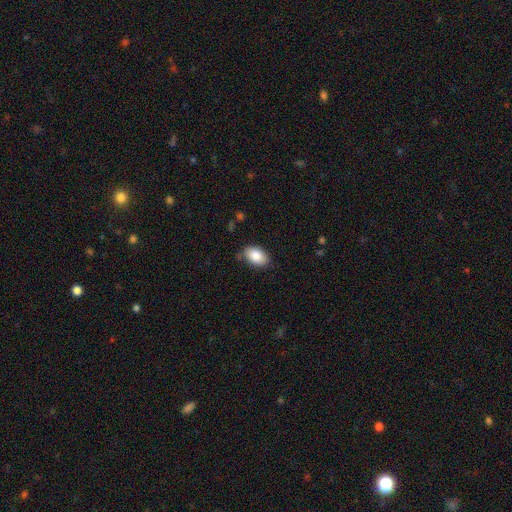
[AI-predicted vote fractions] Smooth or featured? Predicted: smooth (p=0.84). How rounded? Predicted: in between (p=0.90). Merging? Predicted: none (p=0.80).